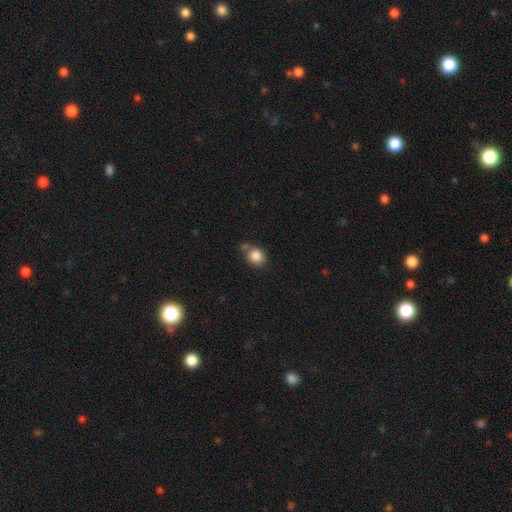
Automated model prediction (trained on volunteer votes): Smooth or featured? Predicted: smooth (p=0.85). How rounded? Predicted: round (p=0.69). Merging? Predicted: none (p=0.58).